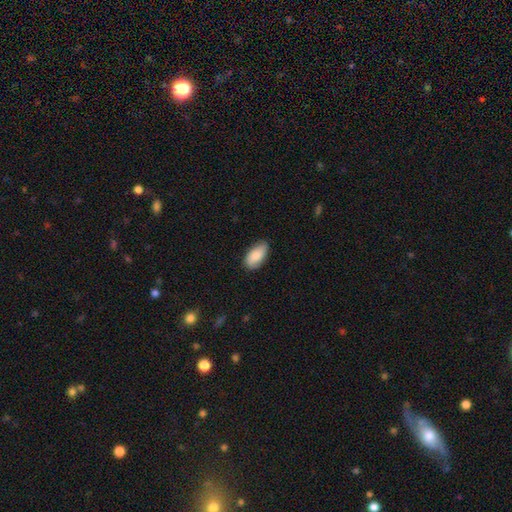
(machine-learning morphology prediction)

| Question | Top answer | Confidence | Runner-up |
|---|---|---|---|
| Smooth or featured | smooth | 84% | featured or disk (10%) |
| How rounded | in between | 94% | cigar-shaped (3%) |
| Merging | none | 81% | minor disturbance (15%) |